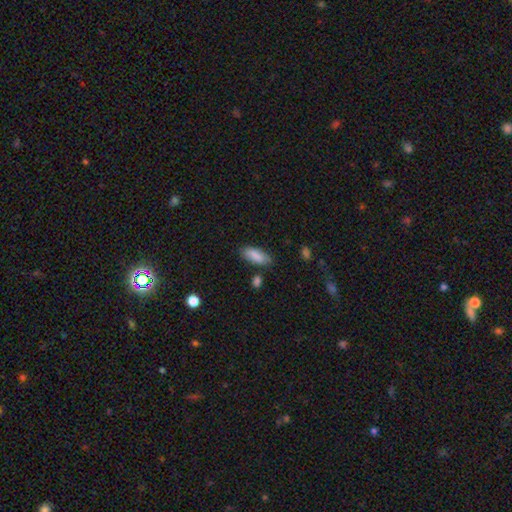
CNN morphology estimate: Smooth or featured? smooth (86%)
How rounded? in between (77%)
Merging? none (78%)